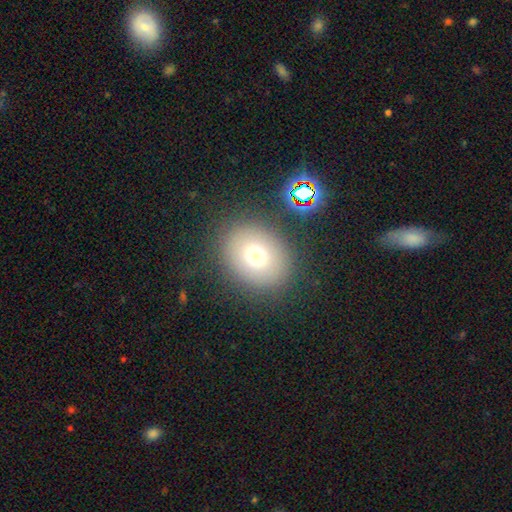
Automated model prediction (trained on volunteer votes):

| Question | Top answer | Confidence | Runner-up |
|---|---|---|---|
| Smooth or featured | smooth | 71% | star or artifact (15%) |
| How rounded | round | 61% | in between (38%) |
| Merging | none | 84% | minor disturbance (9%) |